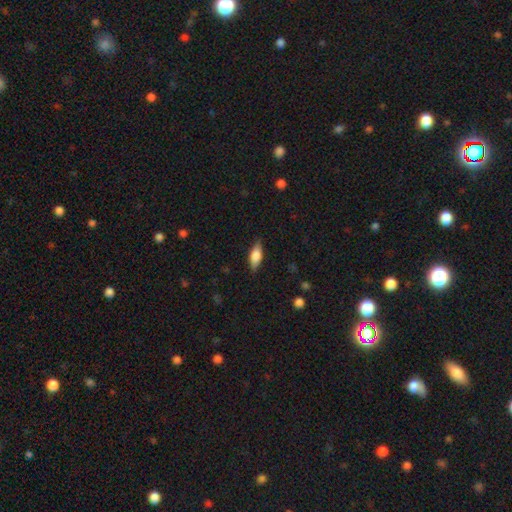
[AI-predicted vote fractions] Q: Smooth or featured?
A: smooth (66%); runner-up: featured or disk (27%)
Q: How rounded?
A: in between (73%); runner-up: cigar-shaped (24%)
Q: Merging?
A: none (83%); runner-up: minor disturbance (13%)